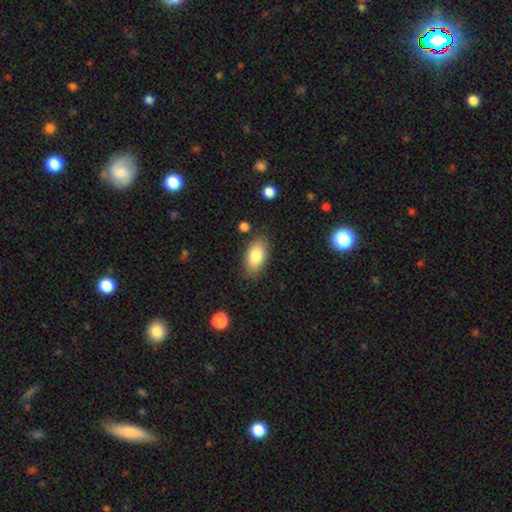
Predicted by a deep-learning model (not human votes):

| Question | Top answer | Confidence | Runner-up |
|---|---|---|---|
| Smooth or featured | smooth | 81% | featured or disk (12%) |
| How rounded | in between | 92% | round (4%) |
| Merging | none | 83% | minor disturbance (12%) |